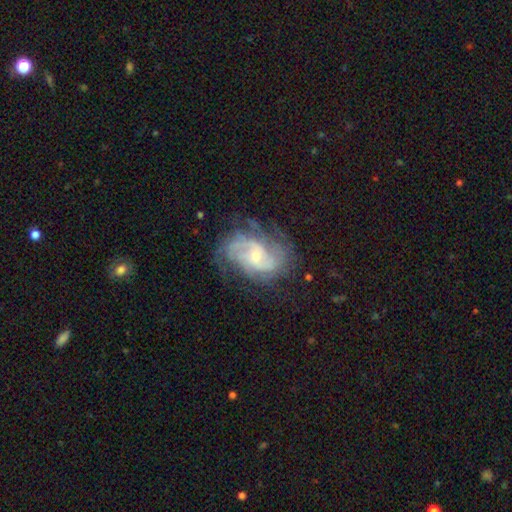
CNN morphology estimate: The model was most divided on "spiral winding": medium: 43%, tight: 42%, loose: 15%. Remaining: edge-on disk — no (97%); spiral arms — yes (95%); smooth or featured — featured or disk (85%); merging — none (66%); bulge size — small (63%); bar — no (57%); spiral arm count — 2 (41%).